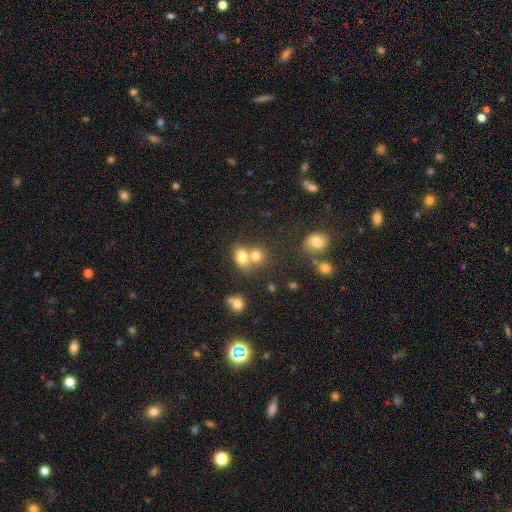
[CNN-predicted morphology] smooth_or_featured: smooth (p=0.75) [alt: star or artifact p=0.13]
how_rounded: round (p=0.57) [alt: in between p=0.42]
merging: merger (p=0.51) [alt: none p=0.36]